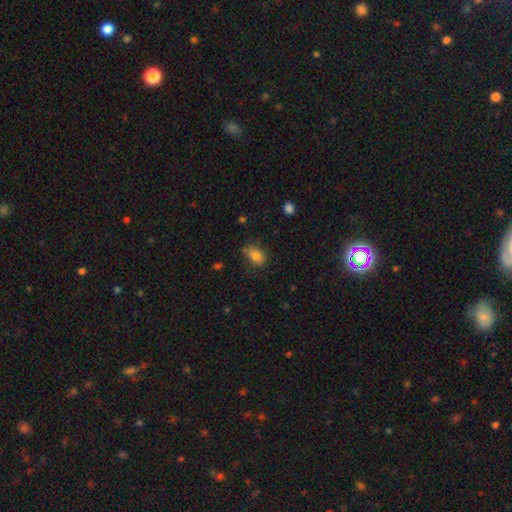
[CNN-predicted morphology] Smooth or featured? Predicted: smooth (p=0.84). How rounded? Predicted: in between (p=0.83). Merging? Predicted: none (p=0.71).